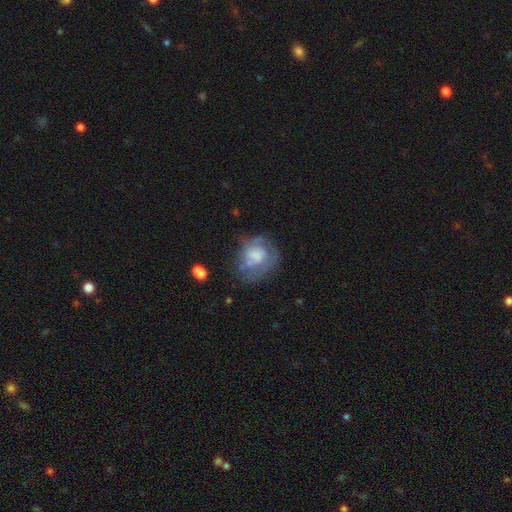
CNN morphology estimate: The model was most divided on "smooth or featured": smooth: 47%, featured or disk: 45%, star or artifact: 9%. Remaining: merging — none (42%).